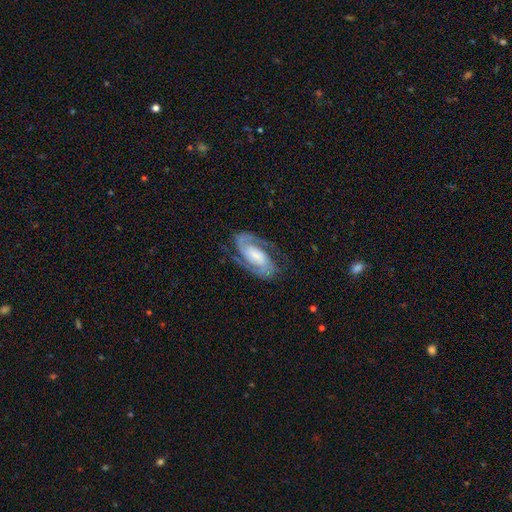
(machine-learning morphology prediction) This is clearly a featured or disk galaxy (89%). It is clearly not viewed edge-on (97%). Bar: marginally weak (40%). Spiral arm pattern: clearly yes (98%). Spiral arm count: clearly 2 (91%). Spiral winding: possibly tight (47%). Central bulge: marginally small (33%). Merging: likely none (76%).